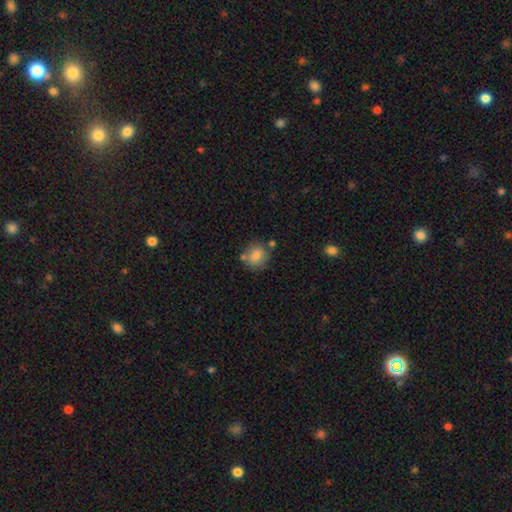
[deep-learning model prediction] Morphology: type=smooth (81%); roundness=round (80%); merging=none (69%).